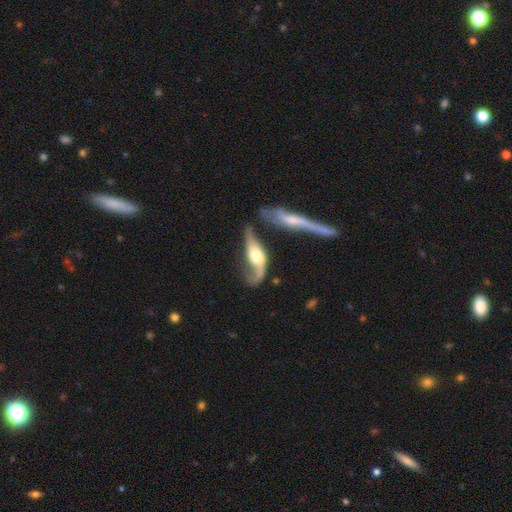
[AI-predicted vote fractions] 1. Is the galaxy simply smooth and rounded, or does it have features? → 77% featured or disk, 18% smooth, 6% star or artifact.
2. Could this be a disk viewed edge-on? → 78% no, 22% yes.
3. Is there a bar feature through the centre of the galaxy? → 58% no, 30% weak, 13% strong.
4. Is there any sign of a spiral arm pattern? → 88% yes, 12% no.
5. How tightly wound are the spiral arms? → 79% loose, 16% medium, 5% tight.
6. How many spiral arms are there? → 81% 2, 11% 1, 5% can't tell, 1% 3, 1% 4, 1% more than 4.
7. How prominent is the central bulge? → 55% moderate, 28% large, 11% small, 3% dominant, 3% none.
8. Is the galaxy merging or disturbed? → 39% none, 22% merger, 21% major disturbance, 19% minor disturbance.